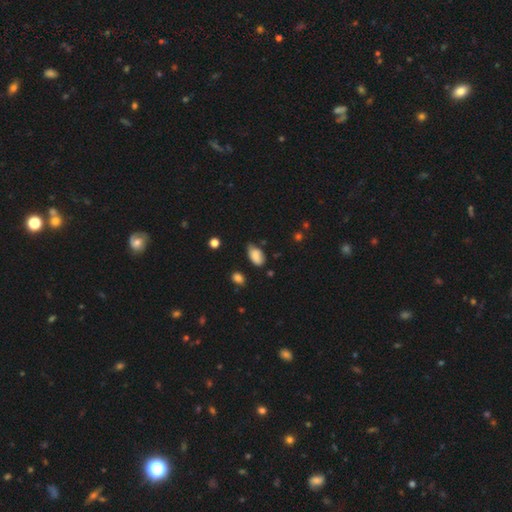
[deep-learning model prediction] smooth-or-featured: smooth: 83% | featured or disk: 8% | star or artifact: 8%
  how-rounded: in between: 92% | round: 6% | cigar-shaped: 2%
  merging: none: 49% | minor disturbance: 41% | major disturbance: 8% | merger: 3%